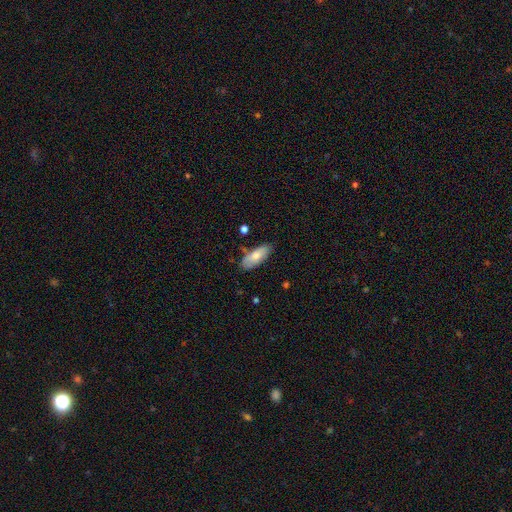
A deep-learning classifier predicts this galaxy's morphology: This is likely a smooth galaxy (74%). How rounded: clearly in between (81%). Merging: likely none (74%).